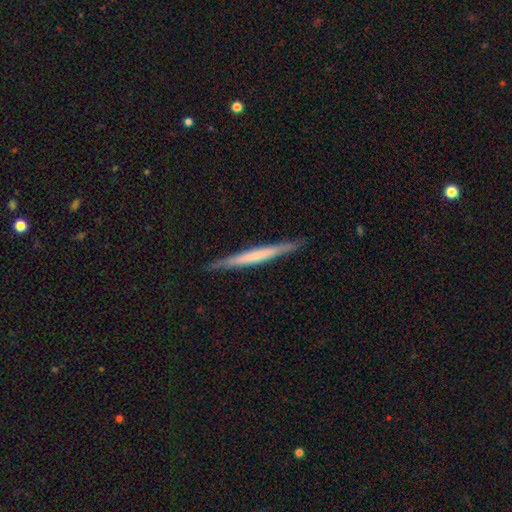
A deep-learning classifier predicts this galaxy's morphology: smooth_or_featured: featured or disk (p=0.51) [alt: smooth p=0.44]
disk_edge_on: yes (p=0.97) [alt: no p=0.03]
merging: none (p=0.89) [alt: minor disturbance p=0.08]